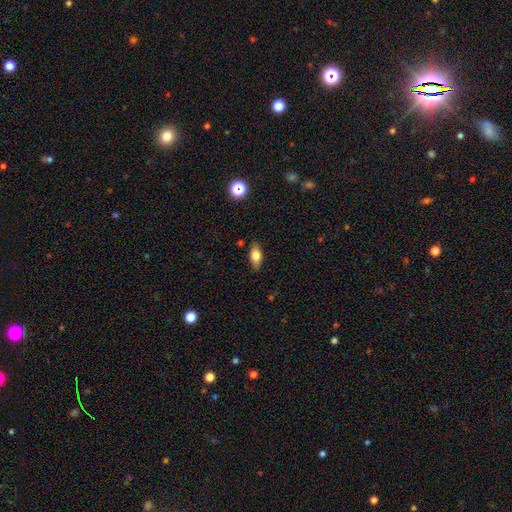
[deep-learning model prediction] smooth 72%, featured or disk 20%, star or artifact 8%. Down the decision tree: how rounded — in between (82%); merging — none (83%).